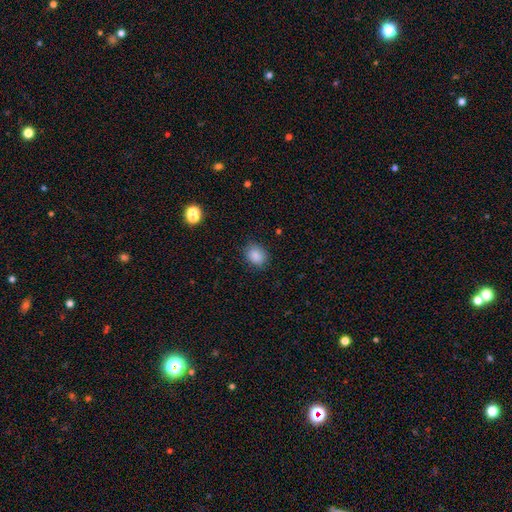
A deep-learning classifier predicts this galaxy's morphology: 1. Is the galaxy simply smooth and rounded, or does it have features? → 87% smooth, 9% star or artifact, 4% featured or disk.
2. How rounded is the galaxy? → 51% round, 48% in between, 1% cigar-shaped.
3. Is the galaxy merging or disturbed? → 82% none, 13% minor disturbance, 3% major disturbance, 1% merger.